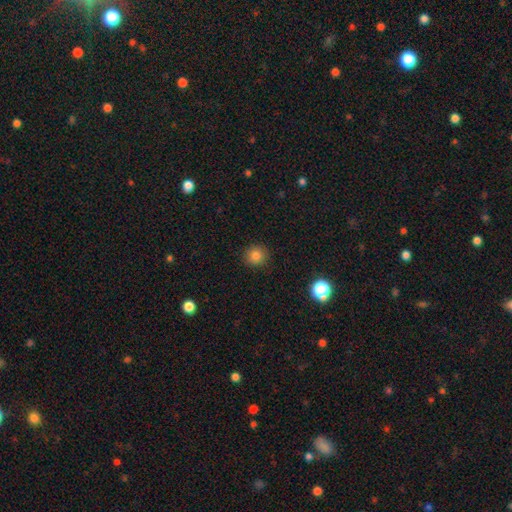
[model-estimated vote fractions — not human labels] smooth_or_featured: smooth (p=0.82) [alt: star or artifact p=0.13]
how_rounded: round (p=0.90) [alt: in between p=0.09]
merging: none (p=0.91) [alt: minor disturbance p=0.06]